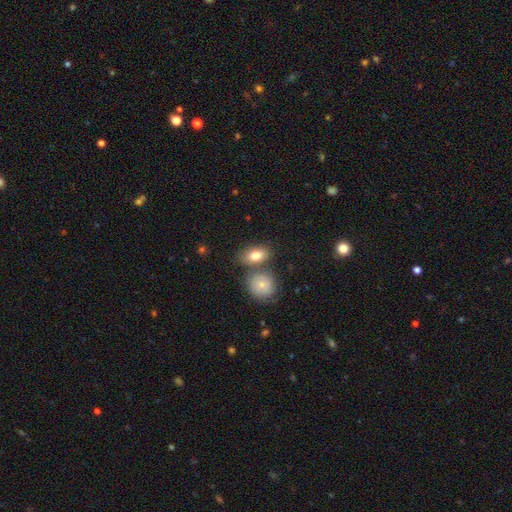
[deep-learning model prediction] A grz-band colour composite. It shows a smooth galaxy with no disk features (79%) that is in between round and cigar-shaped (82%). Merging: none (59%).